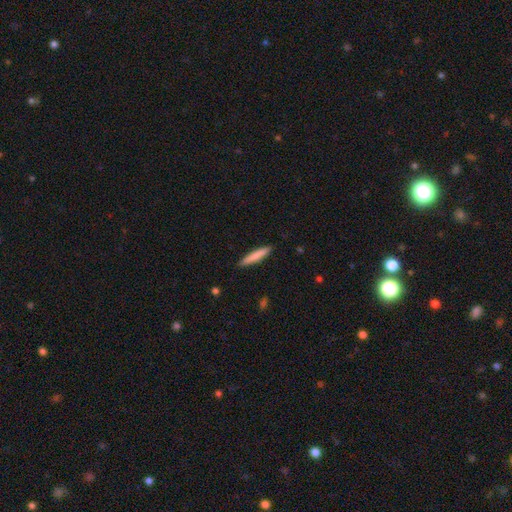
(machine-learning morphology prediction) smooth 79%, featured or disk 16%, star or artifact 5%. Down the decision tree: how rounded — cigar-shaped (93%); merging — none (90%).